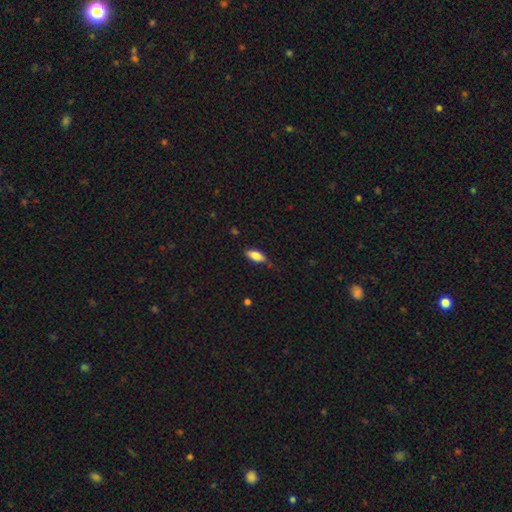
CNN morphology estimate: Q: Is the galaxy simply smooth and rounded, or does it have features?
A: smooth — 81%.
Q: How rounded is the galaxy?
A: in between — 82%.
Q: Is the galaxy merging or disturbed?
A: none — 73%.